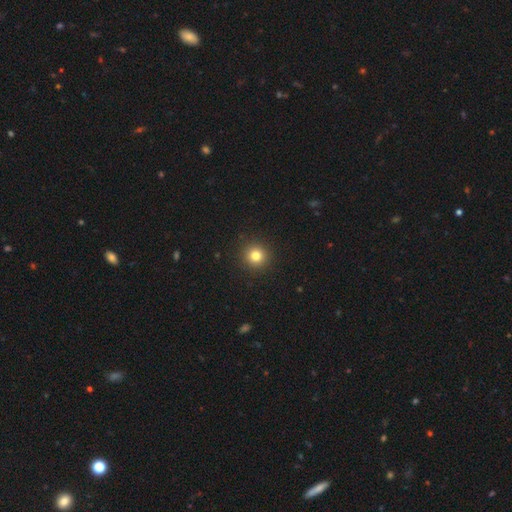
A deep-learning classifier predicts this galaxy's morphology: smooth 80%, star or artifact 13%, featured or disk 6%. Down the decision tree: how rounded — round (95%); merging — none (93%).